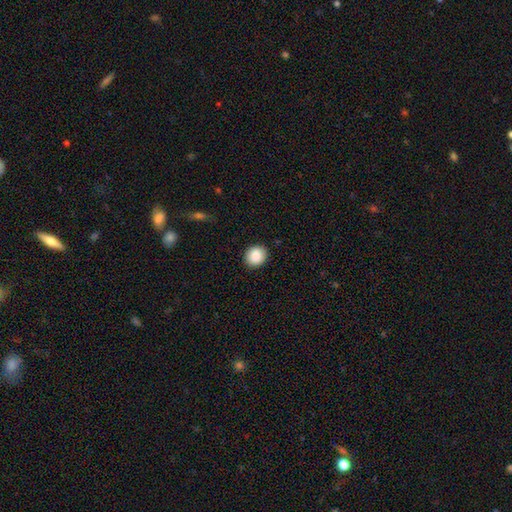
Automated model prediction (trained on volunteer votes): smooth 89%, star or artifact 8%, featured or disk 3%. Down the decision tree: how rounded — round (73%); merging — none (89%).